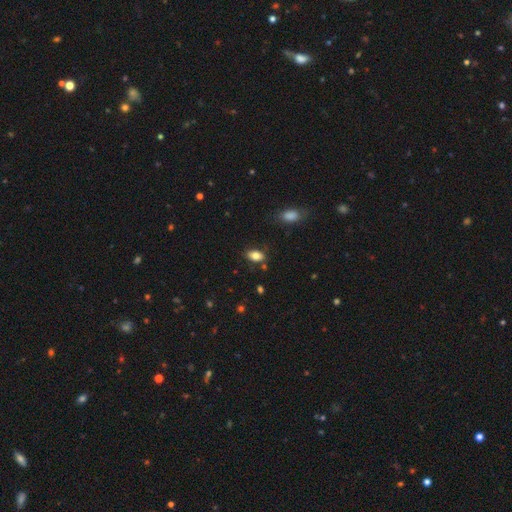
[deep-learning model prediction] Overall: smooth (80%). How rounded: in between (88%). Merging: none (79%).